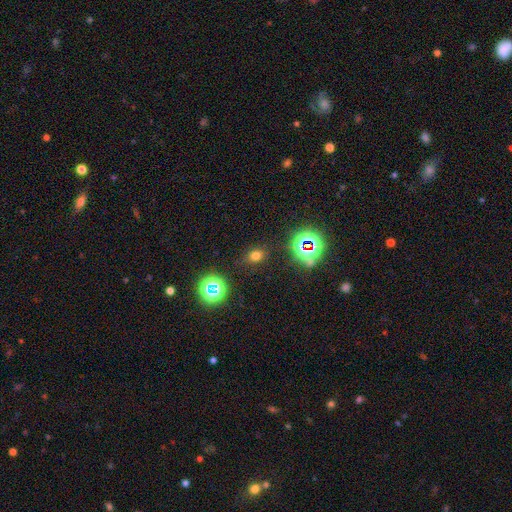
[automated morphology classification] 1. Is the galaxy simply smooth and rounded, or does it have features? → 67% smooth, 26% star or artifact, 7% featured or disk.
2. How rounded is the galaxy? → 55% round, 43% in between, 1% cigar-shaped.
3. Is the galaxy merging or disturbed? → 85% none, 10% minor disturbance, 3% major disturbance, 2% merger.